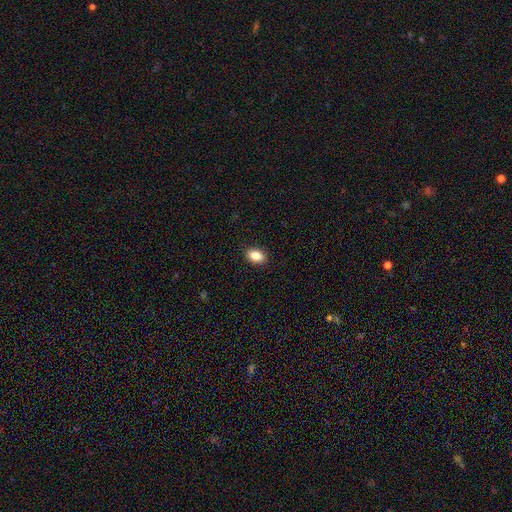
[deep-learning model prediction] This is clearly a smooth galaxy (85%). How rounded: clearly in between (87%). Merging: clearly none (89%).